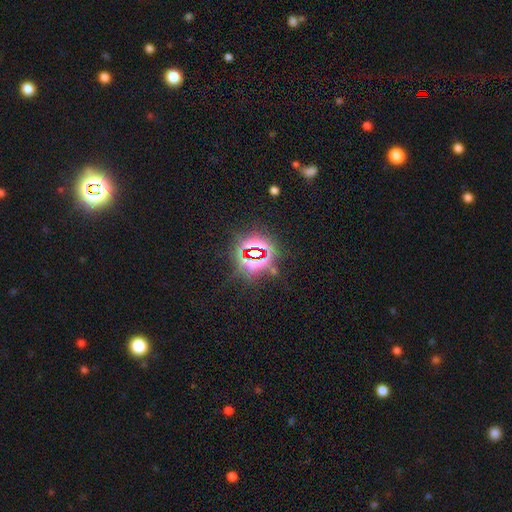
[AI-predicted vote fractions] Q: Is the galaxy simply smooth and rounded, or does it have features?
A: star or artifact — 80%.